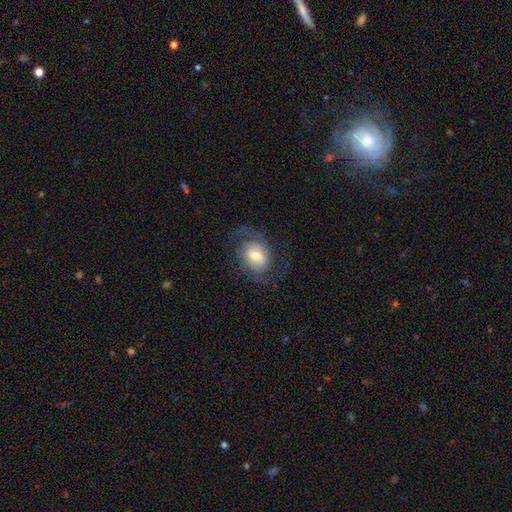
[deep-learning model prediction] Smooth or featured?
  - featured or disk: 68% *
  - smooth: 26%
  - star or artifact: 7%
Edge-on disk?
  - no: 96% *
  - yes: 4%
Bar?
  - no: 46% *
  - weak: 40%
  - strong: 14%
Spiral arms?
  - yes: 88% *
  - no: 12%
Spiral winding?
  - medium: 46% *
  - loose: 31%
  - tight: 23%
Spiral arm count?
  - 2: 83% *
  - can't tell: 8%
  - 1: 4%
  - 3: 3%
  - 4: 1%
  - more than 4: 1%
Bulge size?
  - moderate: 62% *
  - small: 23%
  - large: 11%
  - dominant: 2%
  - none: 1%
Merging?
  - none: 67% *
  - minor disturbance: 16%
  - major disturbance: 16%
  - merger: 1%